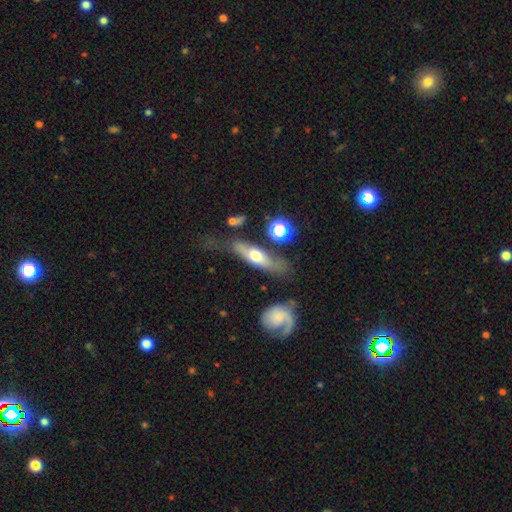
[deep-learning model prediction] Smooth or featured?
  - featured or disk: 47% *
  - smooth: 46%
  - star or artifact: 7%
Merging?
  - none: 59% *
  - minor disturbance: 22%
  - major disturbance: 12%
  - merger: 7%